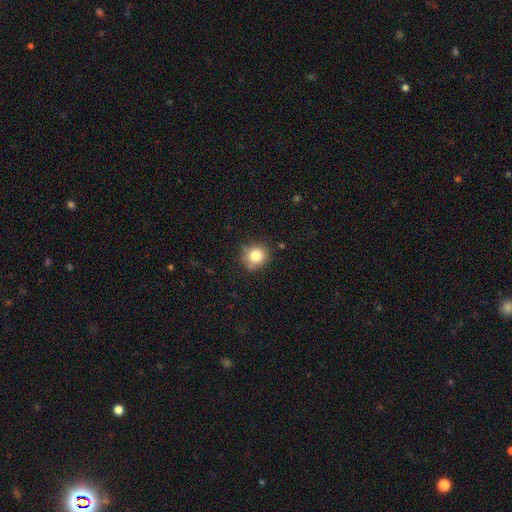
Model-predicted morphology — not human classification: smooth_or_featured: smooth (p=0.82) [alt: star or artifact p=0.11]
how_rounded: round (p=0.89) [alt: in between p=0.10]
merging: none (p=0.81) [alt: minor disturbance p=0.13]